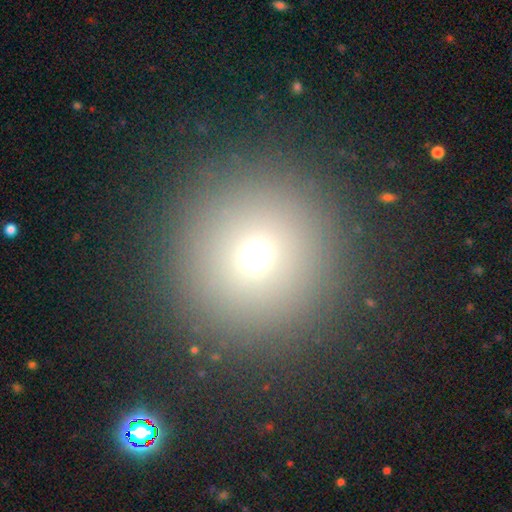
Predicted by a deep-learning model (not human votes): Q: Smooth or featured?
A: smooth (65%); runner-up: star or artifact (24%)
Q: How rounded?
A: round (93%); runner-up: in between (6%)
Q: Merging?
A: none (88%); runner-up: minor disturbance (6%)